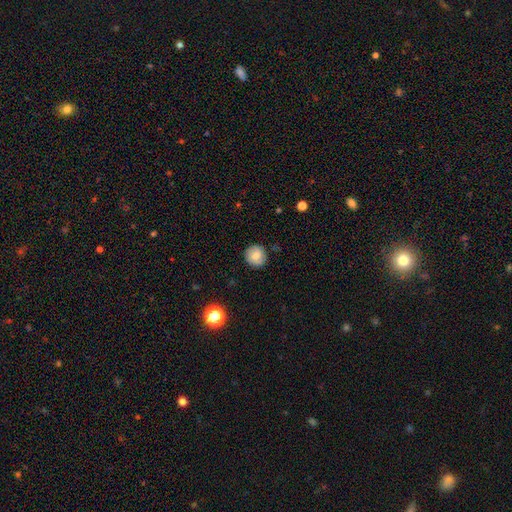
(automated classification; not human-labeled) smooth 78%, featured or disk 13%, star or artifact 9%. Down the decision tree: how rounded — round (92%); merging — none (87%).